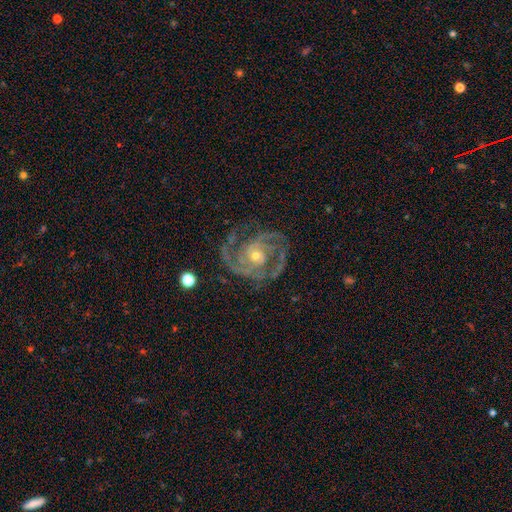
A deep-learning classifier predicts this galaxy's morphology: Smooth or featured? featured or disk (92%)
Edge-on disk? no (98%)
Bar? no (69%)
Spiral arms? yes (98%)
Spiral winding? tight (48%)
Spiral arm count? 3 (38%)
Bulge size? small (59%)
Merging? none (73%)